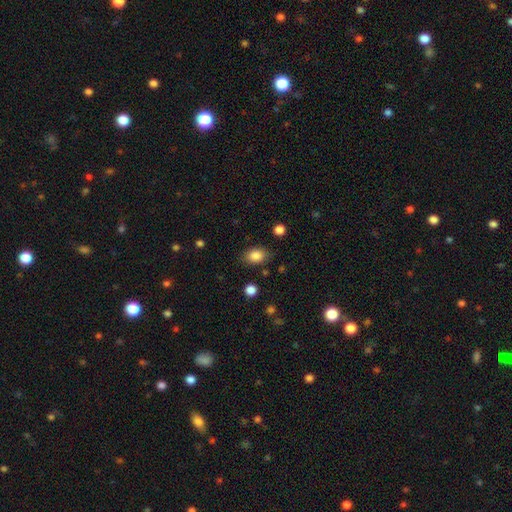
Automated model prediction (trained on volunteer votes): This appears to be a smooth galaxy with no disk features (86%) that is in between round and cigar-shaped (77%). Merging: none (81%).